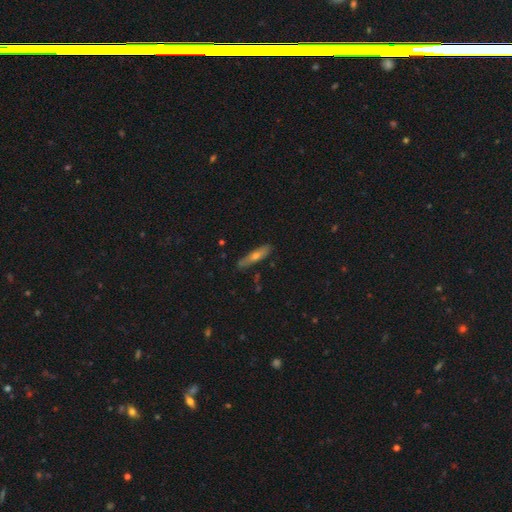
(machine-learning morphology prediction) Smooth or featured? smooth (47%)
Merging? none (82%)